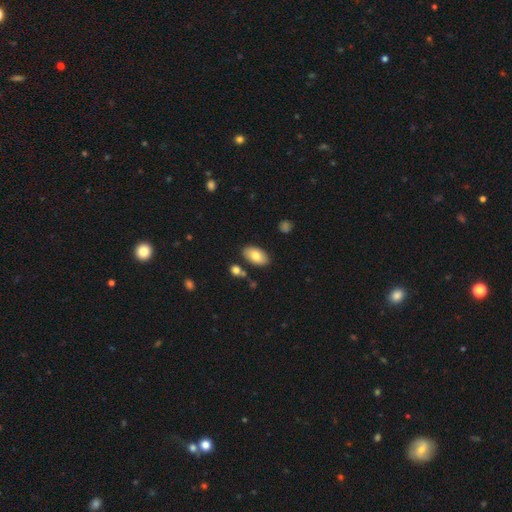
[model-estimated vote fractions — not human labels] The model was most divided on "smooth or featured": smooth: 79%, featured or disk: 14%, star or artifact: 7%. More confident: how rounded — in between (94%); merging — none (82%).